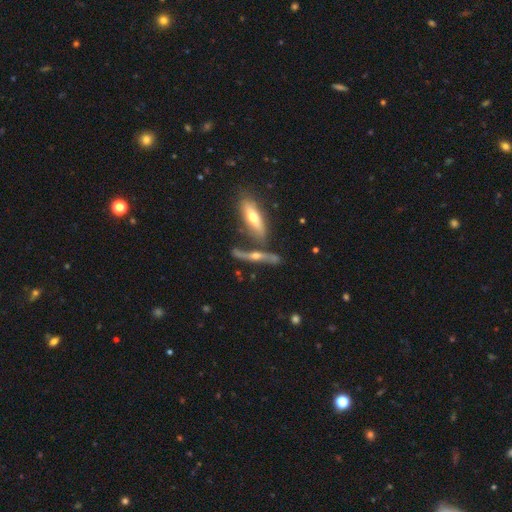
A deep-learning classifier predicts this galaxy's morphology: Overall: featured or disk (71%). Edge-on disk: yes (90%). Edge-on bulge: rounded (91%). Merging: none (59%; merger 23%).